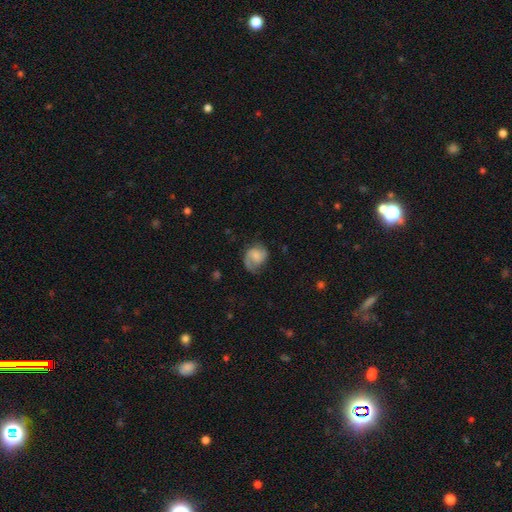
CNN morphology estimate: Q: Smooth or featured?
A: featured or disk (62%); runner-up: smooth (31%)
Q: Edge-on disk?
A: no (98%); runner-up: yes (2%)
Q: Bar?
A: no (60%); runner-up: weak (34%)
Q: Spiral arms?
A: yes (93%); runner-up: no (7%)
Q: Spiral winding?
A: medium (44%); runner-up: loose (28%)
Q: Spiral arm count?
A: 2 (55%); runner-up: 1 (37%)
Q: Bulge size?
A: none (39%); runner-up: small (24%)
Q: Merging?
A: none (59%); runner-up: minor disturbance (23%)